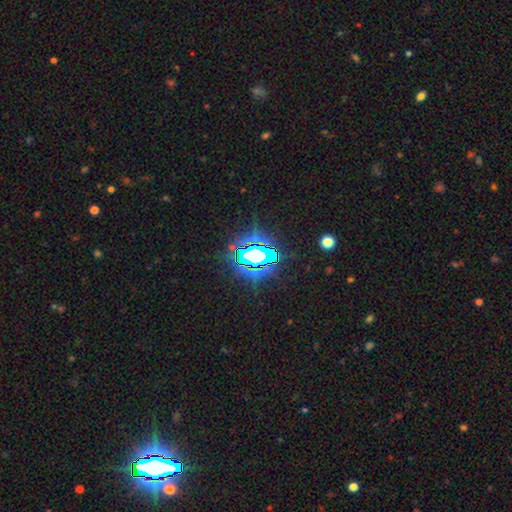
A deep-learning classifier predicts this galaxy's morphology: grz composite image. It shows a star or artifact, not a galaxy (75%).